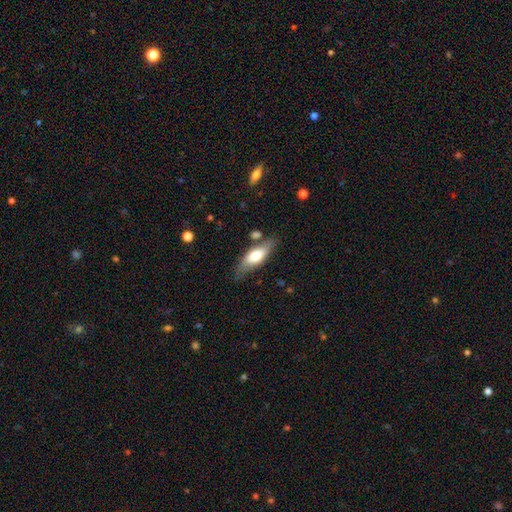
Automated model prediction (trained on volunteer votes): Smooth or featured: smooth — 57% (featured or disk — 37%)
How rounded: in between — 65% (cigar-shaped — 32%)
Merging: none — 70% (minor disturbance — 18%)